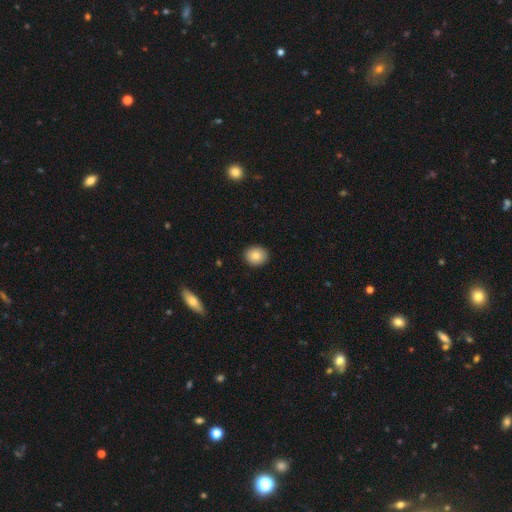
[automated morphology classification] A smooth galaxy with no disk features (81%) that is round (71%). Merging: none (91%).